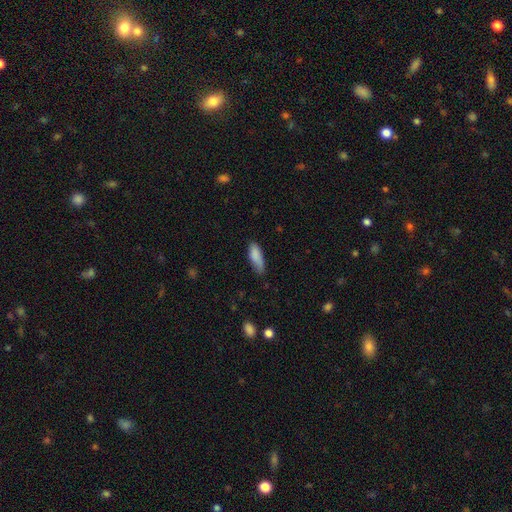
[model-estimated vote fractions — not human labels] smooth-or-featured: smooth: 86% | featured or disk: 8% | star or artifact: 7%
  how-rounded: in between: 62% | cigar-shaped: 37% | round: 2%
  merging: none: 63% | minor disturbance: 29% | major disturbance: 6% | merger: 2%